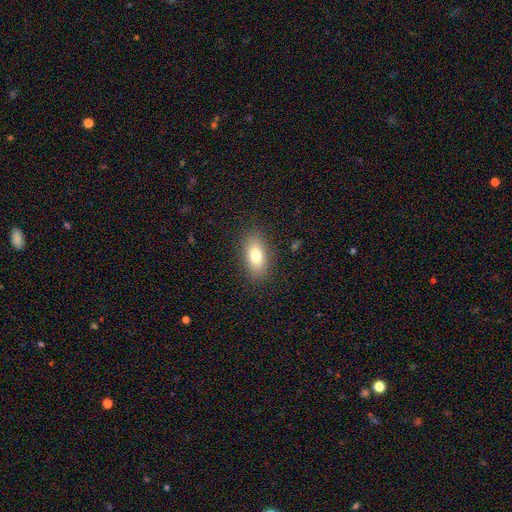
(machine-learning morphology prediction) Smooth or featured? Predicted: smooth (p=0.77). How rounded? Predicted: in between (p=0.87). Merging? Predicted: none (p=0.86).